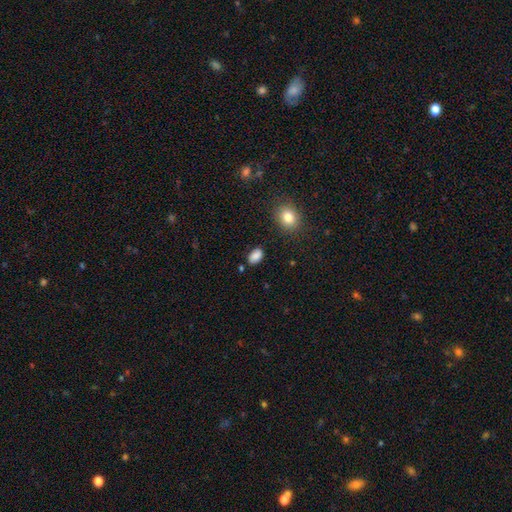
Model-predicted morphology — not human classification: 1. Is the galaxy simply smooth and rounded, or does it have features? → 86% smooth, 10% star or artifact, 5% featured or disk.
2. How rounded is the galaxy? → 89% in between, 9% round, 2% cigar-shaped.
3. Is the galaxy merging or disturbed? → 83% none, 12% minor disturbance, 3% major disturbance, 3% merger.